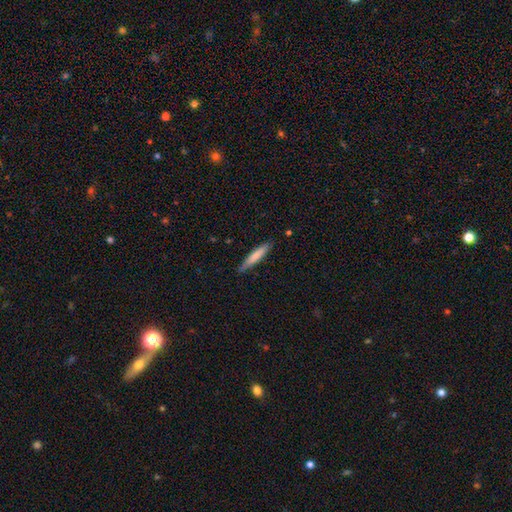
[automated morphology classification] This is likely a smooth galaxy (74%). How rounded: clearly cigar-shaped (92%). Merging: clearly none (84%).